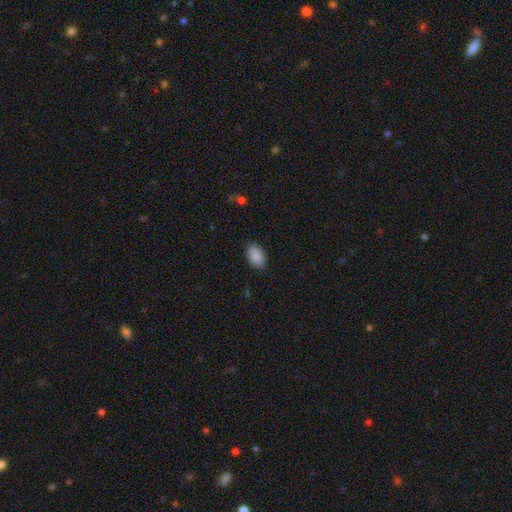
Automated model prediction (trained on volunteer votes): smooth-or-featured: smooth: 90% | star or artifact: 7% | featured or disk: 4%
  how-rounded: in between: 93% | round: 5% | cigar-shaped: 2%
  merging: none: 85% | minor disturbance: 11% | major disturbance: 2% | merger: 1%